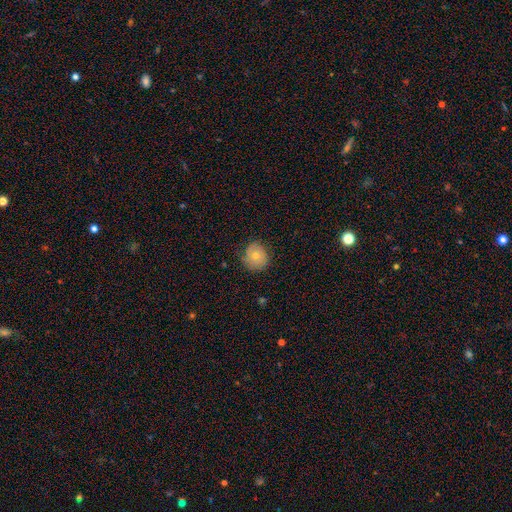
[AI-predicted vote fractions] A smooth galaxy with no disk features (61%) that is round (84%).

Vote fractions:
- Smooth or featured? smooth: 61% / featured or disk: 29% / star or artifact: 10%
- How rounded? round: 84% / in between: 15% / cigar-shaped: 1%
- Merging? none: 74% / minor disturbance: 20% / major disturbance: 5% / merger: 1%